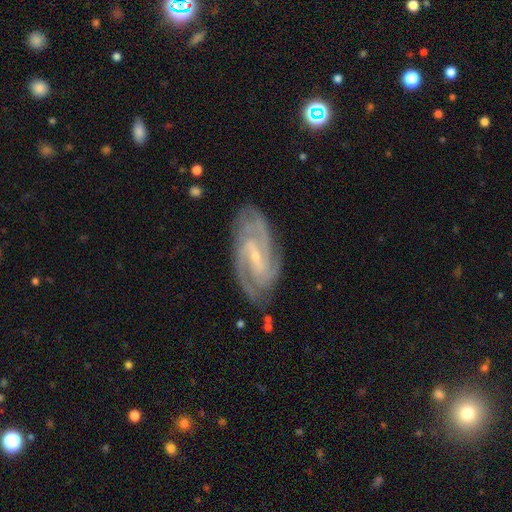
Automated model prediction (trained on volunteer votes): Morphology: type=featured or disk (89%); edge-on=no (96%); bar=weak (48%); spiral arms=yes (98%); winding=tight (52%); arm count=2 (46%); bulge=small (79%); merging=none (78%).